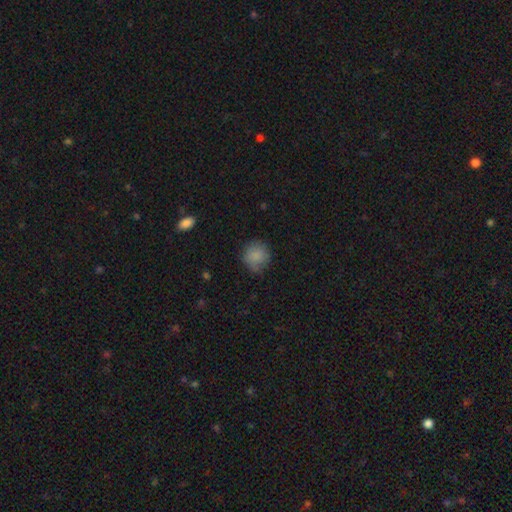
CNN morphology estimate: Smooth or featured? Predicted: smooth (p=0.85). How rounded? Predicted: round (p=0.90). Merging? Predicted: none (p=0.75).